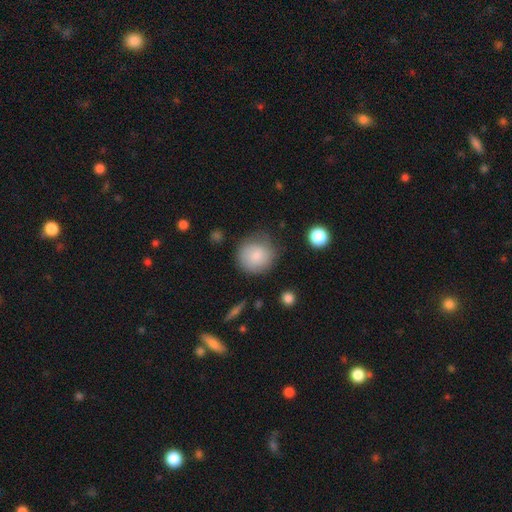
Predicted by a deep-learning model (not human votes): The model was most divided on "merging": none: 70%, minor disturbance: 21%, major disturbance: 7%, merger: 2%. More confident: how rounded — round (90%); smooth or featured — smooth (75%).